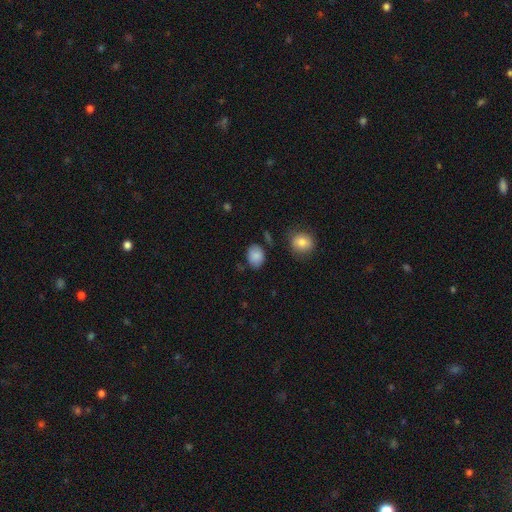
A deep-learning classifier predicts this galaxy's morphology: Smooth or featured? Predicted: smooth (p=0.86). How rounded? Predicted: in between (p=0.58). Merging? Predicted: none (p=0.76).